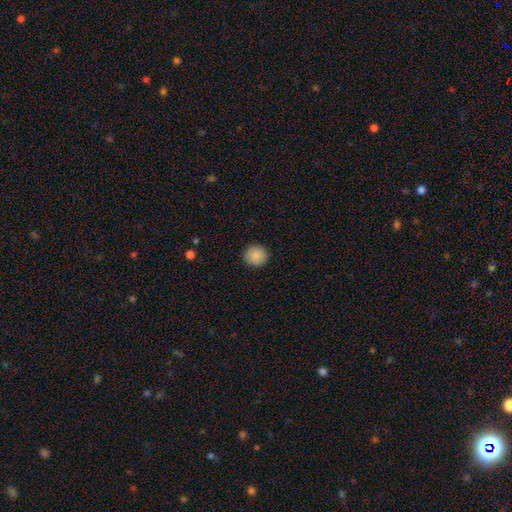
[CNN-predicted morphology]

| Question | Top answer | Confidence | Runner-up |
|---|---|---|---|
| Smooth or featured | smooth | 89% | star or artifact (7%) |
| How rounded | round | 90% | in between (9%) |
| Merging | none | 91% | minor disturbance (7%) |